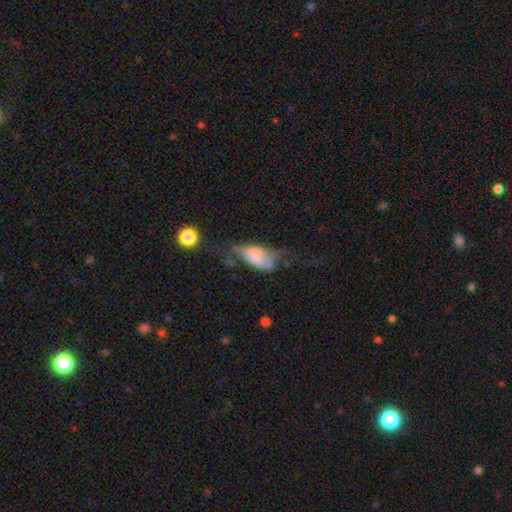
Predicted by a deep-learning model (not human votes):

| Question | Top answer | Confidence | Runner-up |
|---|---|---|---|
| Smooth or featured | smooth | 55% | featured or disk (36%) |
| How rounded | in between | 86% | cigar-shaped (10%) |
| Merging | major disturbance | 42% | minor disturbance (23%) |